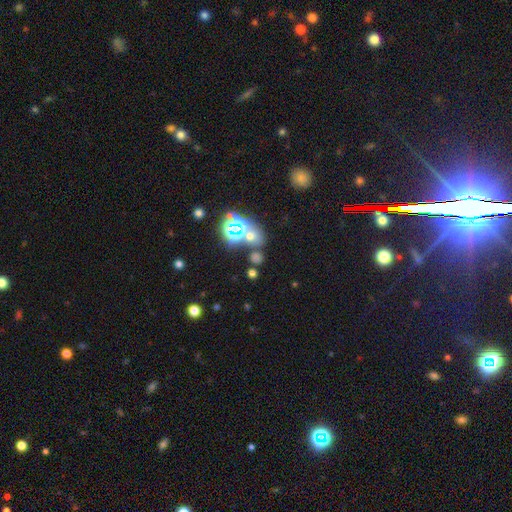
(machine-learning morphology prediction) smooth-or-featured: star or artifact: 56% | smooth: 33% | featured or disk: 11%